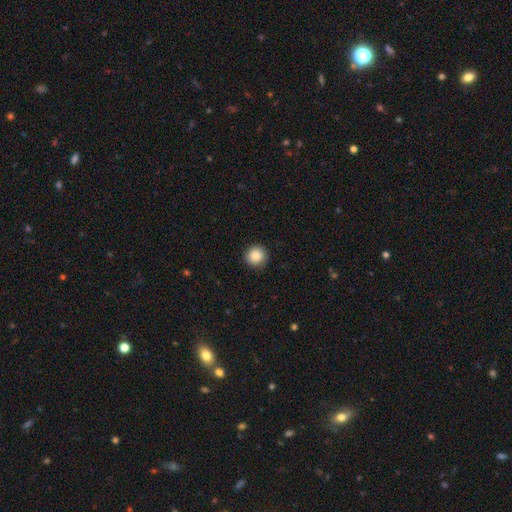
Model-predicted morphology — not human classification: Q: Smooth or featured?
A: smooth (86%); runner-up: star or artifact (9%)
Q: How rounded?
A: round (94%); runner-up: in between (5%)
Q: Merging?
A: none (90%); runner-up: minor disturbance (7%)